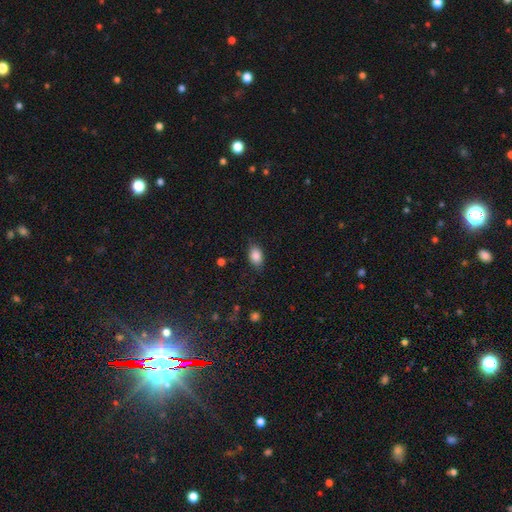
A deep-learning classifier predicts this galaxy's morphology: Smooth or featured?
  - smooth: 86% *
  - star or artifact: 8%
  - featured or disk: 6%
How rounded?
  - in between: 85% *
  - round: 13%
  - cigar-shaped: 2%
Merging?
  - none: 80% *
  - minor disturbance: 15%
  - major disturbance: 4%
  - merger: 1%